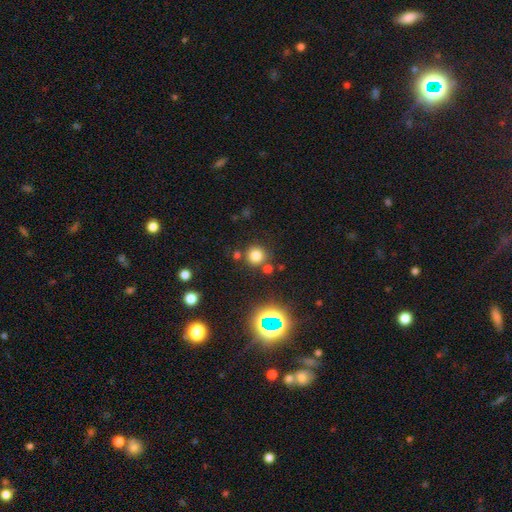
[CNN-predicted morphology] Smooth or featured? Predicted: smooth (p=0.74). How rounded? Predicted: round (p=0.92). Merging? Predicted: none (p=0.79).